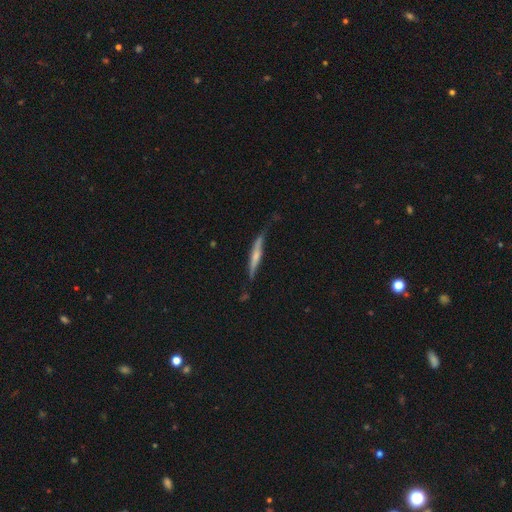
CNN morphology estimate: Smooth or featured: featured or disk — 53% (smooth — 42%)
Edge-on disk: yes — 93% (no — 7%)
Merging: none — 64% (minor disturbance — 27%)